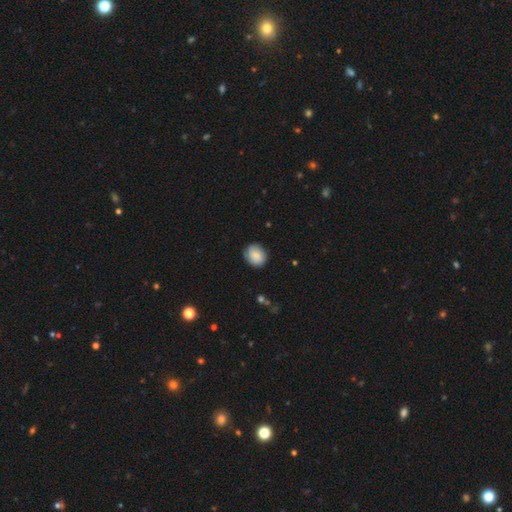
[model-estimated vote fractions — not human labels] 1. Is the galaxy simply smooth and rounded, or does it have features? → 78% smooth, 14% featured or disk, 7% star or artifact.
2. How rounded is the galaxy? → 61% round, 38% in between, 1% cigar-shaped.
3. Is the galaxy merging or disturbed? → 78% none, 17% minor disturbance, 4% major disturbance, 1% merger.